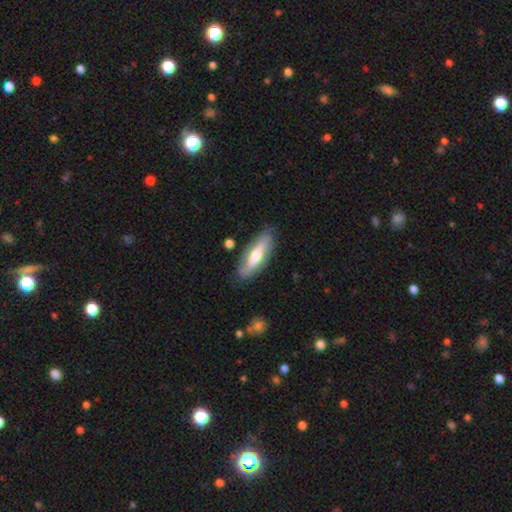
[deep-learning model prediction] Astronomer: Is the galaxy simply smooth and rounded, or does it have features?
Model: featured or disk — 53% (runner-up: smooth, 42%).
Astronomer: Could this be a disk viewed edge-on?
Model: yes — 51% (runner-up: no, 49%).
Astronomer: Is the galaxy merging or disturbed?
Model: none — 79%.